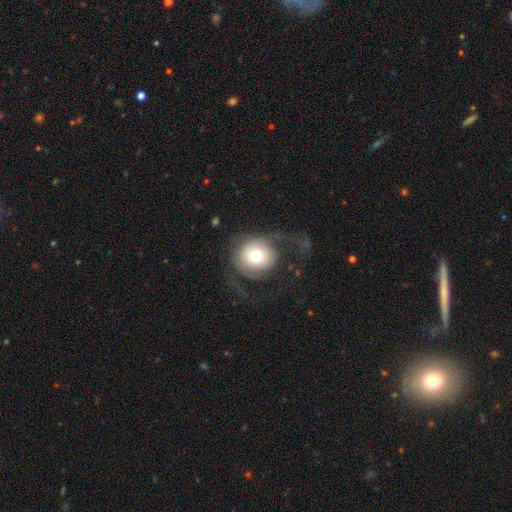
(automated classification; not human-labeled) A smooth galaxy with no disk features (57%) that is round (86%).

Vote fractions:
- Smooth or featured? smooth: 57% / featured or disk: 34% / star or artifact: 9%
- How rounded? round: 86% / in between: 13% / cigar-shaped: 1%
- Merging? none: 44% / major disturbance: 38% / minor disturbance: 17% / merger: 2%